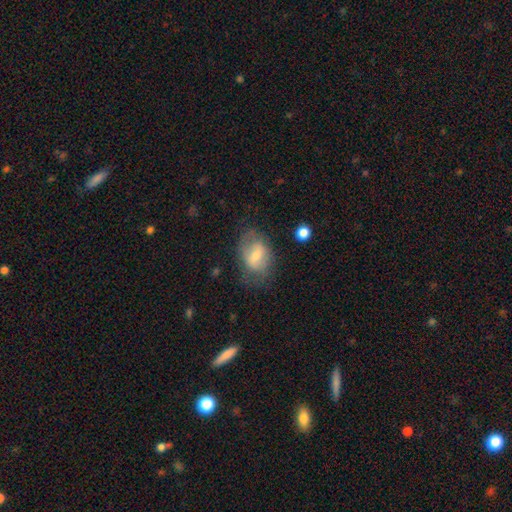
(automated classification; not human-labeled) Smooth or featured: smooth — 51% (featured or disk — 41%)
How rounded: in between — 78% (round — 21%)
Merging: none — 60% (minor disturbance — 25%)